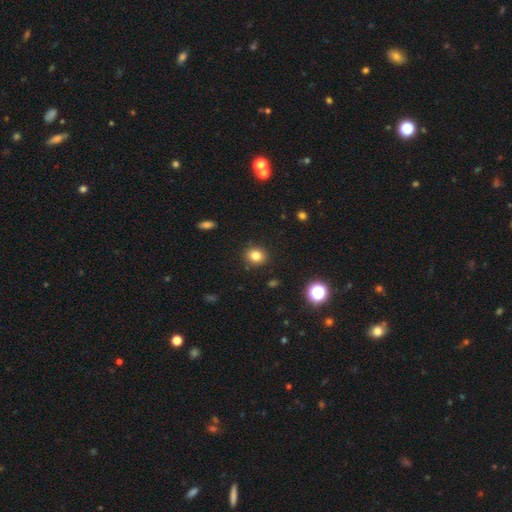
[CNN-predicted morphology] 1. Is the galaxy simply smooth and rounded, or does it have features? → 81% smooth, 12% star or artifact, 7% featured or disk.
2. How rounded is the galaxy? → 74% round, 25% in between, 1% cigar-shaped.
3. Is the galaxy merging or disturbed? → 90% none, 7% minor disturbance, 2% major disturbance, 1% merger.